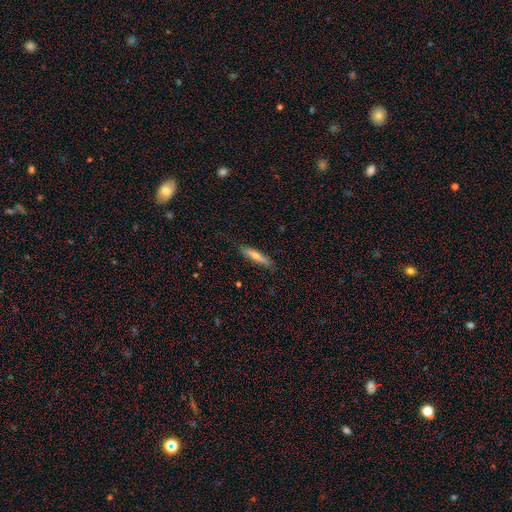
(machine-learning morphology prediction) Smooth or featured: smooth — 59% (featured or disk — 35%)
How rounded: cigar-shaped — 84% (in between — 15%)
Merging: none — 81% (minor disturbance — 15%)